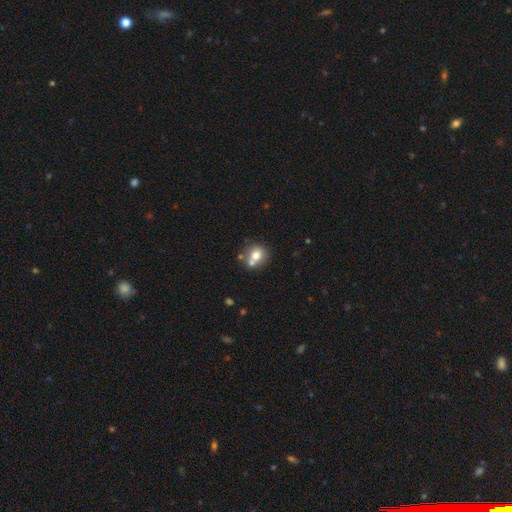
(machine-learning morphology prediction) Overall: smooth (72%). How rounded: round (80%). Merging: none (53%; merger 33%).